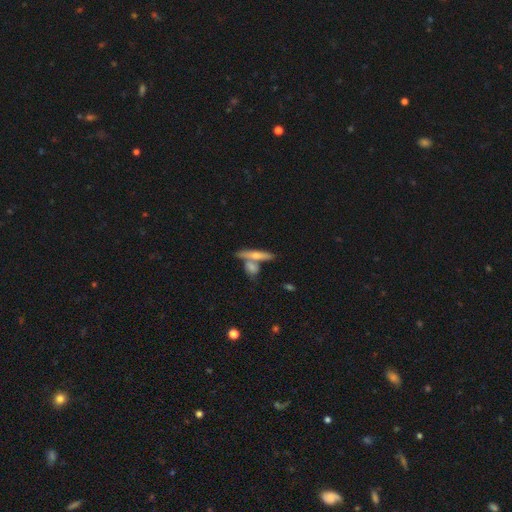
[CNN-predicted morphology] smooth-or-featured: smooth: 52% | featured or disk: 41% | star or artifact: 8%
  how-rounded: cigar-shaped: 77% | in between: 18% | round: 4%
  merging: none: 56% | merger: 32% | minor disturbance: 9% | major disturbance: 3%